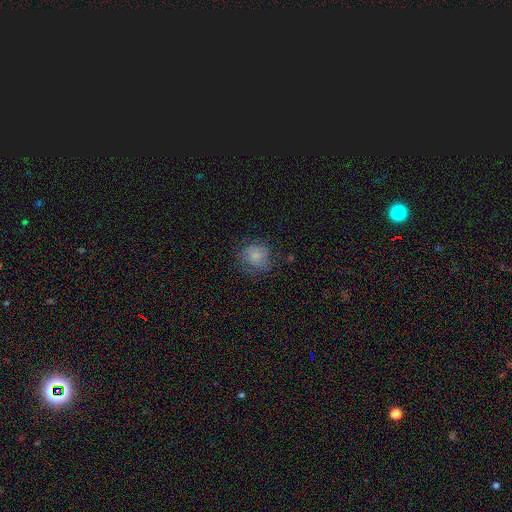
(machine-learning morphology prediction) This appears to be a smooth galaxy with no disk features (70%) that is round (85%). Merging: none (67%).